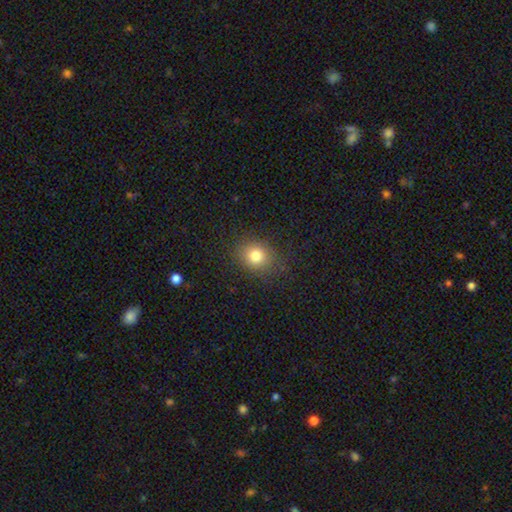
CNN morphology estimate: A smooth galaxy with no disk features (80%) that is round (68%). Merging: none (85%).